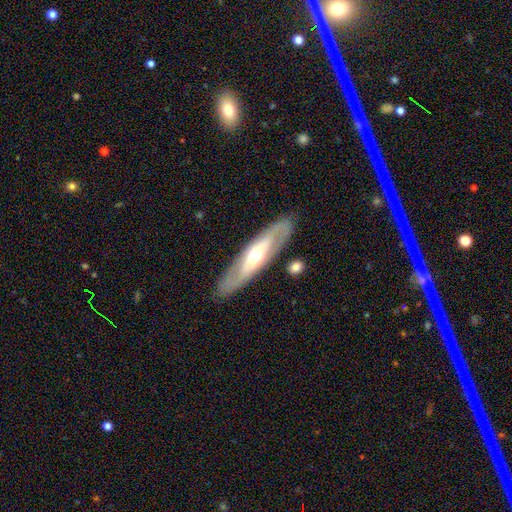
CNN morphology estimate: featured or disk 66%, smooth 29%, star or artifact 5%. Down the decision tree: edge-on disk — no (60%); merging — none (85%).